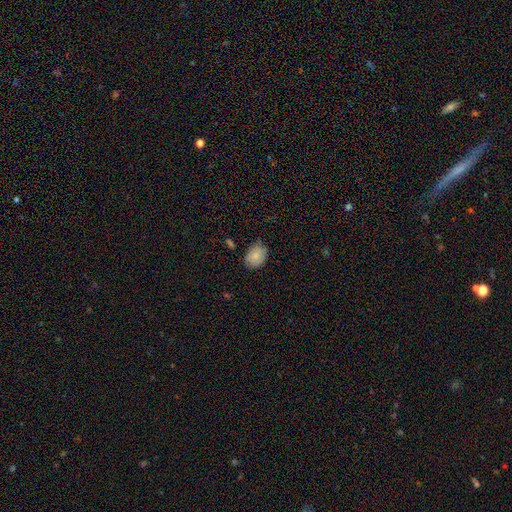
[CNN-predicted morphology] A smooth galaxy with no disk features (84%) that is in between round and cigar-shaped (68%).

Vote fractions:
- Smooth or featured? smooth: 84% / featured or disk: 9% / star or artifact: 7%
- How rounded? in between: 68% / round: 31% / cigar-shaped: 1%
- Merging? none: 73% / minor disturbance: 22% / major disturbance: 3% / merger: 2%